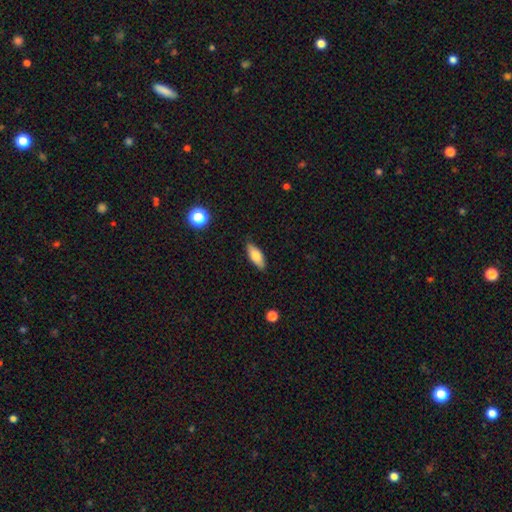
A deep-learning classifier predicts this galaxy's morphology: The model was most divided on "how rounded": in between: 75%, cigar-shaped: 22%, round: 3%. More confident: merging — none (85%); smooth or featured — smooth (76%).